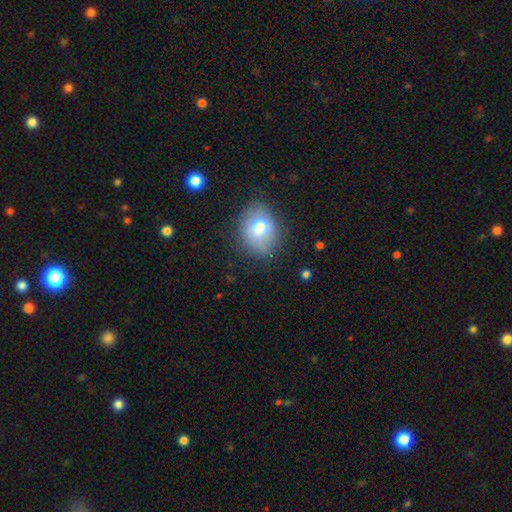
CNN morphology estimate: This is likely a smooth galaxy (63%). How rounded: possibly round (58%). Merging: clearly none (84%).